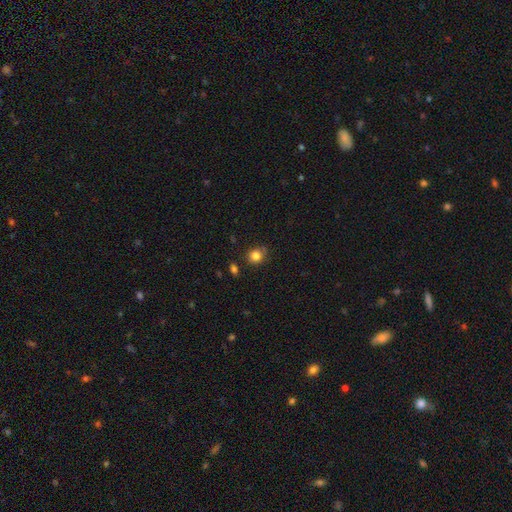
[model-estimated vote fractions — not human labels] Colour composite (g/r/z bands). It shows a smooth galaxy with no disk features (83%) that is round (79%). Merging: none (75%).